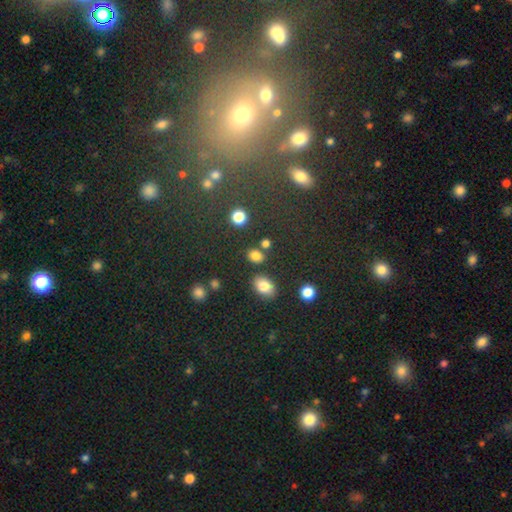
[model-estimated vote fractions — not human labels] Smooth or featured? smooth (82%)
How rounded? in between (58%)
Merging? none (76%)